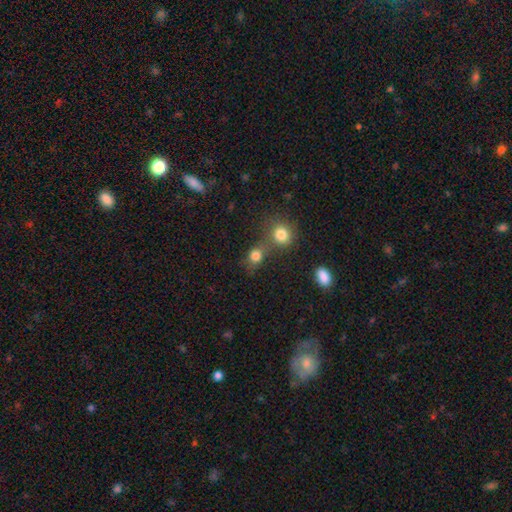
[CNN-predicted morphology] The model was most divided on "merging": none: 45%, merger: 40%, minor disturbance: 10%, major disturbance: 6%. More confident: smooth or featured — smooth (79%); how rounded — round (69%).